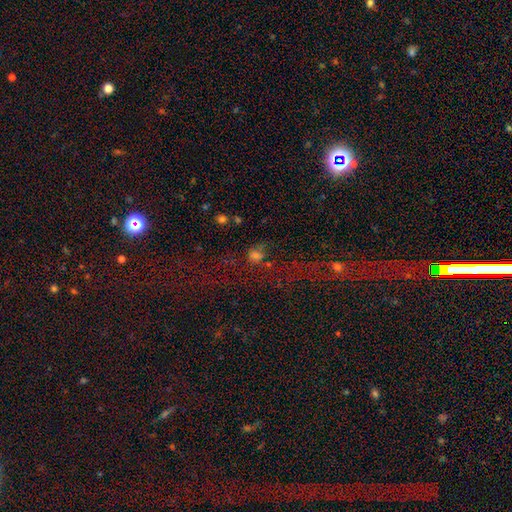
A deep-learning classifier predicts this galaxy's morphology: smooth_or_featured: smooth (p=0.50) [alt: star or artifact p=0.34]
merging: none (p=0.45) [alt: major disturbance p=0.22]